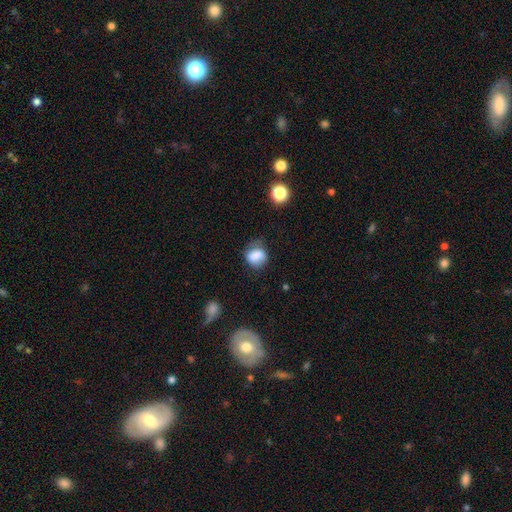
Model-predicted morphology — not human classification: The model was most divided on "how rounded": round: 58%, in between: 41%, cigar-shaped: 1%. More confident: smooth or featured — smooth (76%); merging — none (52%).